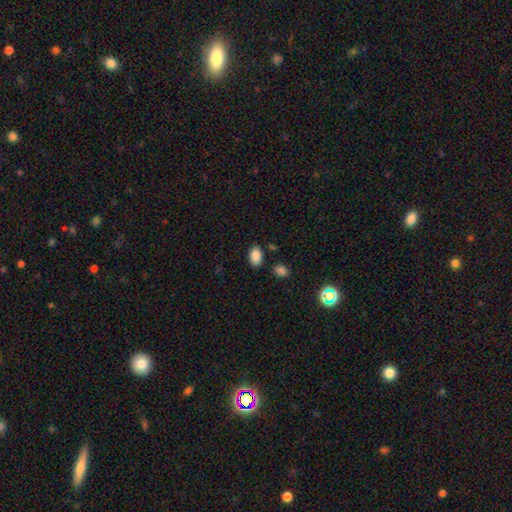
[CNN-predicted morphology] The model was most divided on "merging": none: 83%, minor disturbance: 10%, merger: 4%, major disturbance: 3%. More confident: how rounded — in between (90%); smooth or featured — smooth (87%).